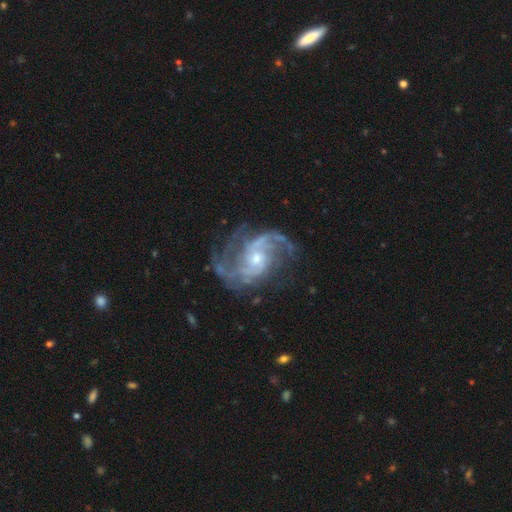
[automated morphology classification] Q: Smooth or featured?
A: featured or disk (91%); runner-up: star or artifact (6%)
Q: Edge-on disk?
A: no (98%); runner-up: yes (2%)
Q: Bar?
A: no (56%); runner-up: weak (34%)
Q: Spiral arms?
A: yes (97%); runner-up: no (3%)
Q: Spiral winding?
A: medium (50%); runner-up: loose (29%)
Q: Spiral arm count?
A: 2 (68%); runner-up: 3 (10%)
Q: Bulge size?
A: small (52%); runner-up: moderate (42%)
Q: Merging?
A: none (68%); runner-up: minor disturbance (17%)